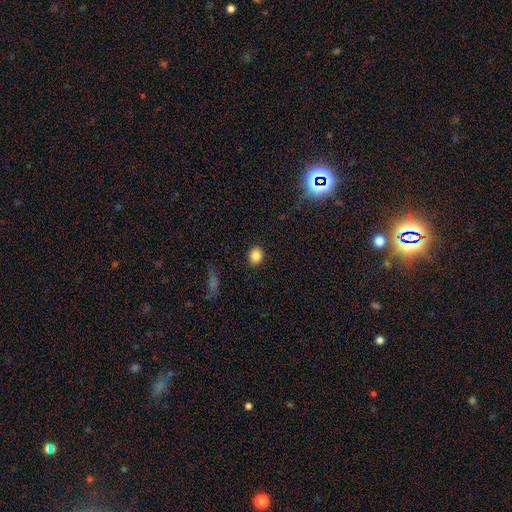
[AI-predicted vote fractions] Smooth or featured: smooth — 84% (star or artifact — 10%)
How rounded: round — 61% (in between — 38%)
Merging: none — 89% (minor disturbance — 8%)